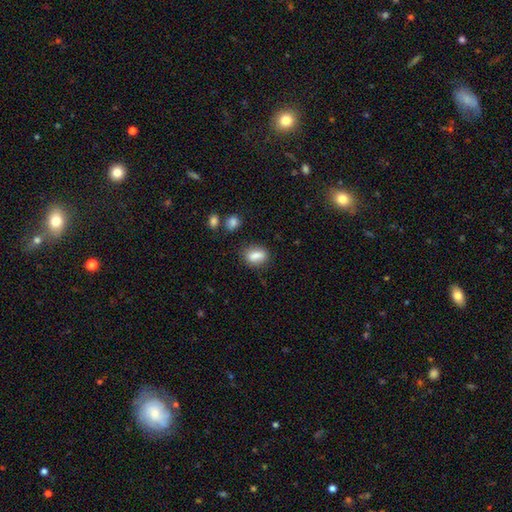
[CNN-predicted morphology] This appears to be a smooth galaxy with no disk features (82%) that is in between round and cigar-shaped (74%). Merging: none (72%).